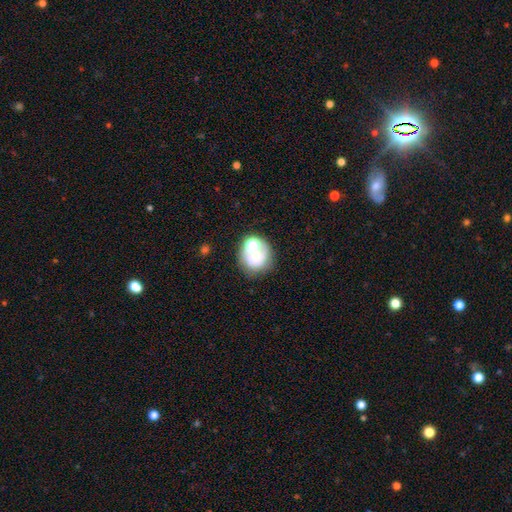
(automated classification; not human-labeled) smooth-or-featured: smooth: 52% | featured or disk: 36% | star or artifact: 13%
  how-rounded: round: 73% | in between: 26% | cigar-shaped: 1%
  merging: none: 42% | merger: 31% | minor disturbance: 16% | major disturbance: 11%